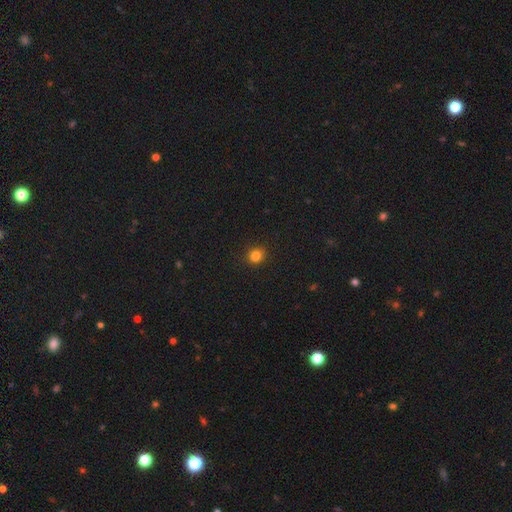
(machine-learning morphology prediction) Overall: smooth (83%). How rounded: round (78%). Merging: none (87%).